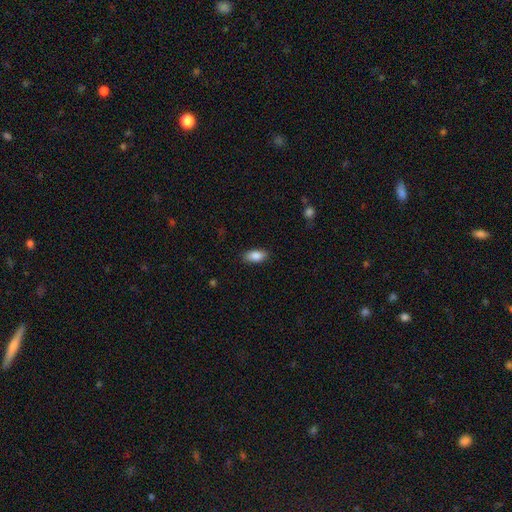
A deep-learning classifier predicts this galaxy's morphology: smooth 87%, star or artifact 7%, featured or disk 6%. Down the decision tree: how rounded — in between (89%); merging — none (87%).